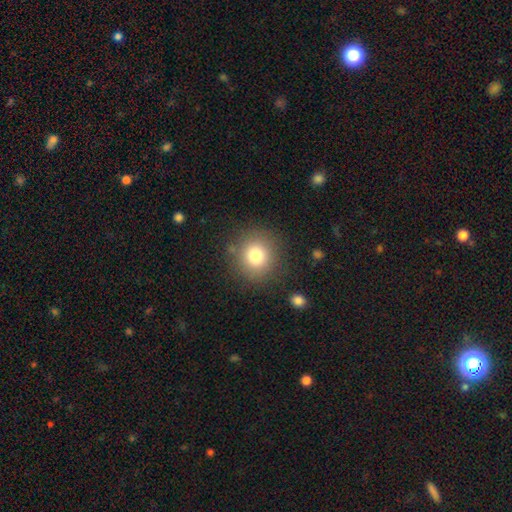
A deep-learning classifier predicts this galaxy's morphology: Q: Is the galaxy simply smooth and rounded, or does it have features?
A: smooth — 78%.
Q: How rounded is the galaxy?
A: round — 90%.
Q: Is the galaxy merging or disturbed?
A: none — 84%.